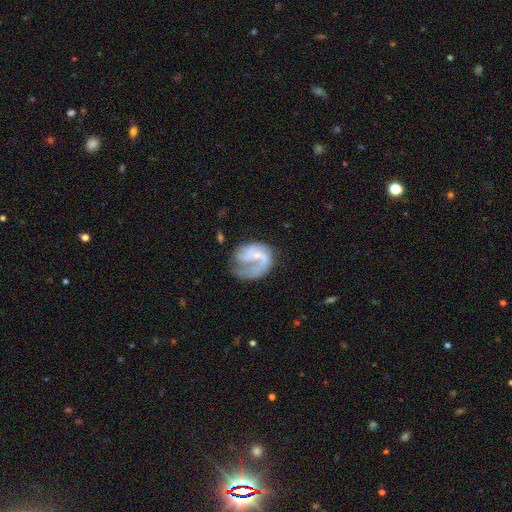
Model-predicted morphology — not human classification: Overall: featured or disk (76%). Edge-on disk: no (98%). Bar: no (61%; weak 33%). Spiral arms: yes (88%). Spiral arm count: 1 (55%; 2 32%). Spiral winding: medium (41%; loose 39%). Bulge size: small (67%). Merging: none (38%; major disturbance 37%).